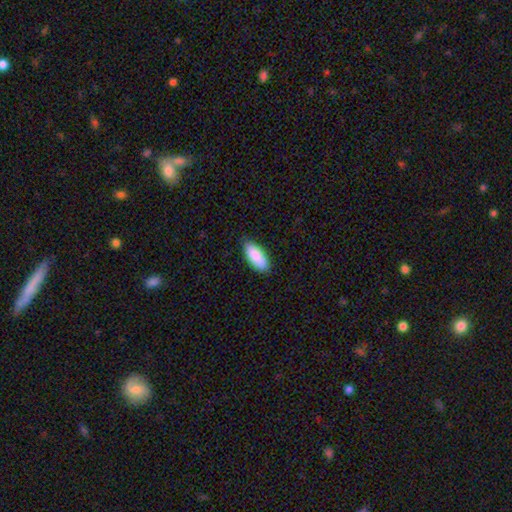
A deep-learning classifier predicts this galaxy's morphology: Smooth or featured?
  - smooth: 88% *
  - featured or disk: 6%
  - star or artifact: 6%
How rounded?
  - in between: 84% *
  - cigar-shaped: 14%
  - round: 2%
Merging?
  - none: 83% *
  - minor disturbance: 14%
  - major disturbance: 2%
  - merger: 1%